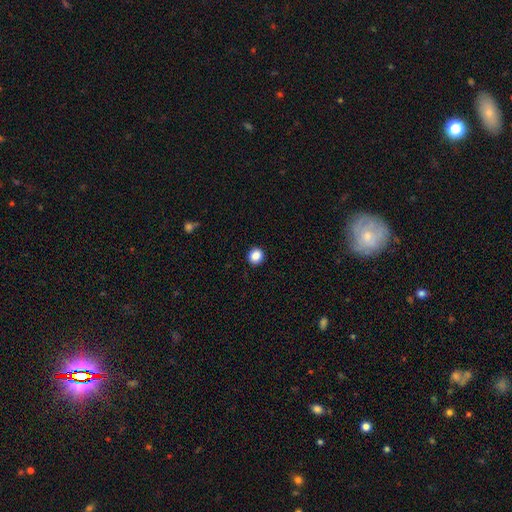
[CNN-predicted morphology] smooth-or-featured: smooth: 88% | star or artifact: 10% | featured or disk: 3%
  how-rounded: round: 88% | in between: 11% | cigar-shaped: 1%
  merging: none: 93% | minor disturbance: 5% | major disturbance: 2% | merger: 1%